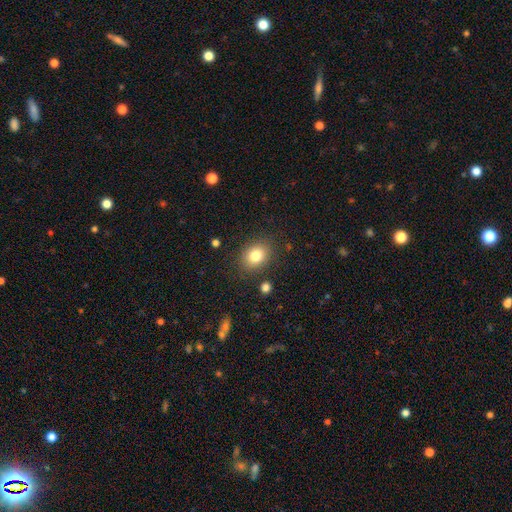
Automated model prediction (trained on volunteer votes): smooth 81%, star or artifact 10%, featured or disk 9%. Down the decision tree: how rounded — in between (53%); merging — none (84%).